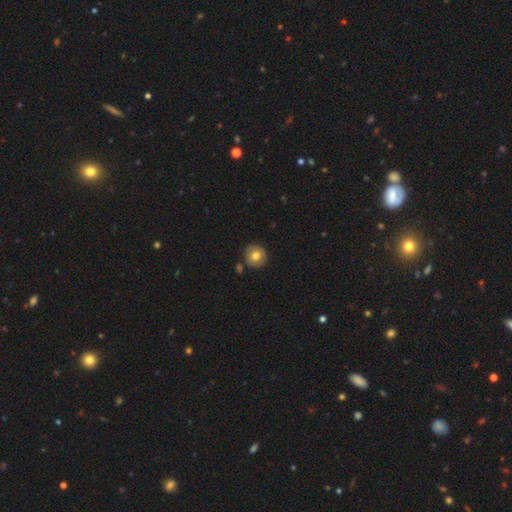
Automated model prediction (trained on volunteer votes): Q: Smooth or featured?
A: smooth (75%); runner-up: featured or disk (15%)
Q: How rounded?
A: round (93%); runner-up: in between (6%)
Q: Merging?
A: none (84%); runner-up: minor disturbance (9%)